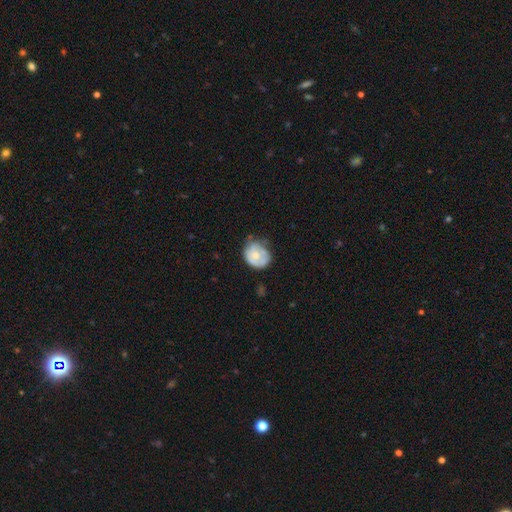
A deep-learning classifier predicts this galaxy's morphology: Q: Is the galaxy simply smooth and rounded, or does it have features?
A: smooth — 50%.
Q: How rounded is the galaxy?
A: round — 61%.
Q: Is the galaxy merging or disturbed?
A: none — 44%.